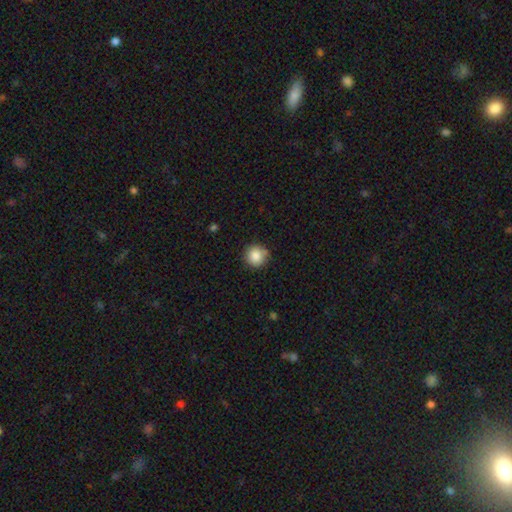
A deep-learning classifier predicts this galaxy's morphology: Smooth or featured? smooth (86%)
How rounded? round (93%)
Merging? none (82%)